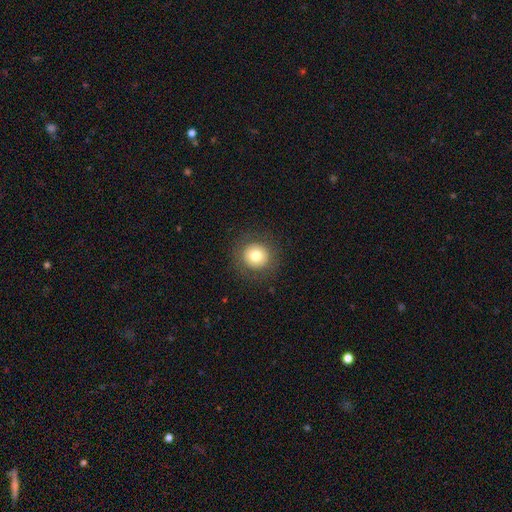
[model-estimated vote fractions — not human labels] Smooth or featured? smooth (74%)
How rounded? round (94%)
Merging? none (88%)